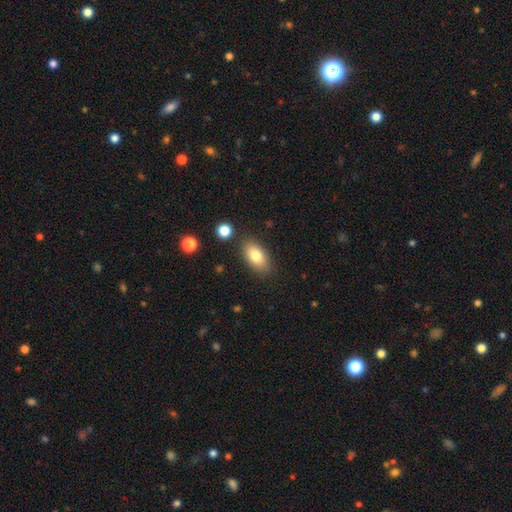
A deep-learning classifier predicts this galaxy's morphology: A smooth galaxy with no disk features (79%) that is in between round and cigar-shaped (90%).

Vote fractions:
- Smooth or featured? smooth: 79% / featured or disk: 13% / star or artifact: 8%
- How rounded? in between: 90% / round: 6% / cigar-shaped: 4%
- Merging? none: 84% / minor disturbance: 10% / merger: 3% / major disturbance: 3%